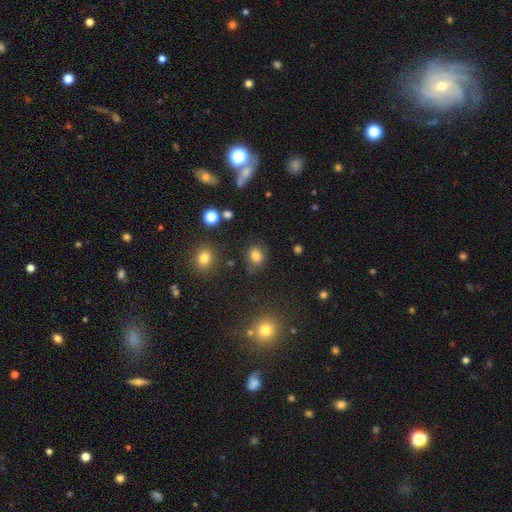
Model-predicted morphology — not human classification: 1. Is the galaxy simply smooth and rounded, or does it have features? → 80% smooth, 14% star or artifact, 6% featured or disk.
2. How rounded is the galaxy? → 69% round, 30% in between, 1% cigar-shaped.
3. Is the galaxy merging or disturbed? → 74% none, 17% minor disturbance, 5% major disturbance, 4% merger.